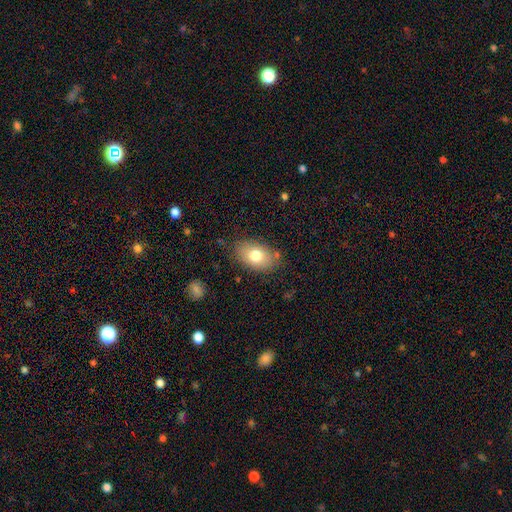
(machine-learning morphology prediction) A smooth galaxy with no disk features (75%) that is in between round and cigar-shaped (88%). Merging: none (80%).